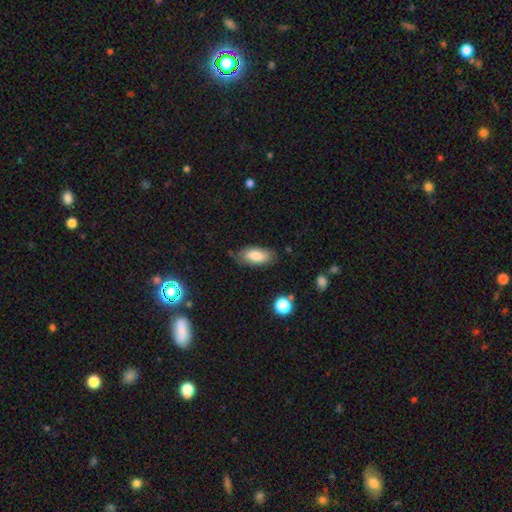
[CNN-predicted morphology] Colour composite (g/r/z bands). It shows a smooth galaxy with no disk features (79%) that is in between round and cigar-shaped (87%). Merging: none (77%).